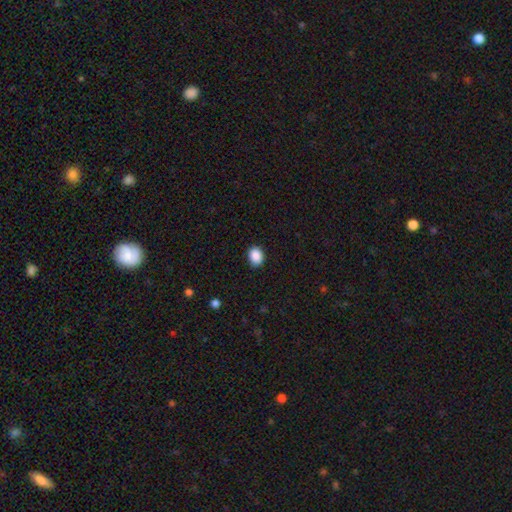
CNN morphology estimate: This is clearly a smooth galaxy (89%). How rounded: likely in between (63%). Merging: clearly none (89%).